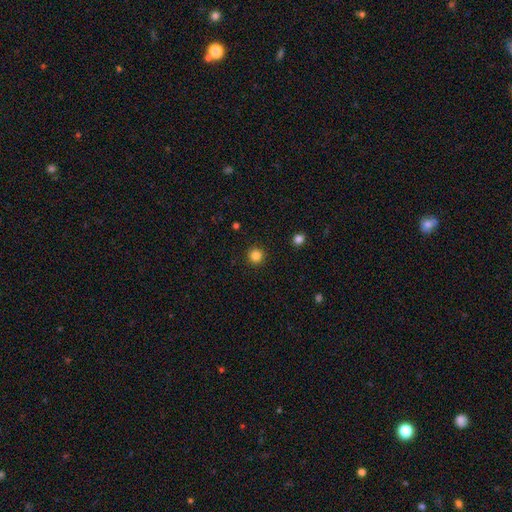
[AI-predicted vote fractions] The model was most divided on "smooth or featured": smooth: 84%, star or artifact: 12%, featured or disk: 4%. More confident: how rounded — round (95%); merging — none (92%).